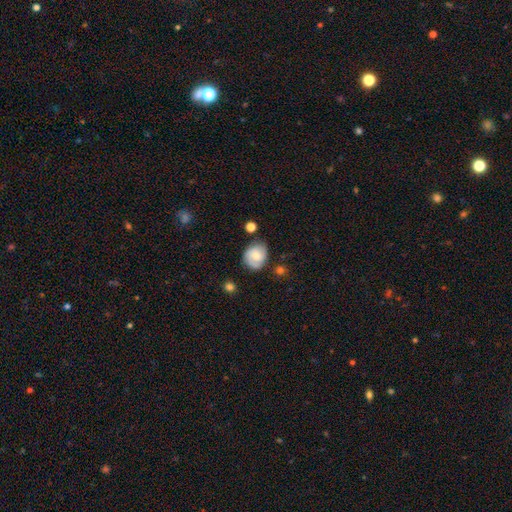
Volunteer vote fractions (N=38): Morphology: type=featured or disk (58%); edge-on=no (95%); bar=no (67%); spiral arms=yes (86%); winding=tight (50%); arm count=2 (44%); bulge=moderate (57%); merging=none (57%).